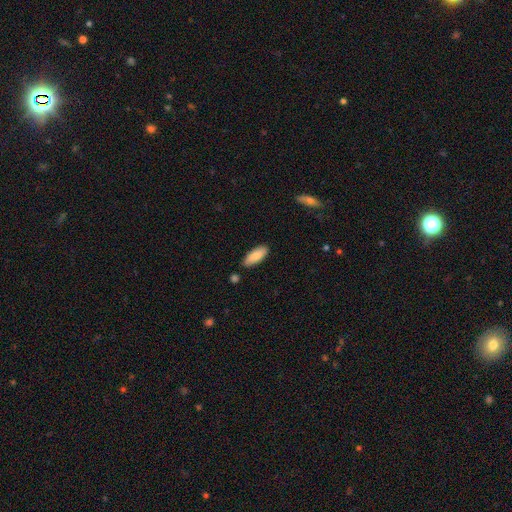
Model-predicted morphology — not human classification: This appears to be a smooth galaxy with no disk features (86%) that is in between round and cigar-shaped (77%). Merging: none (85%).